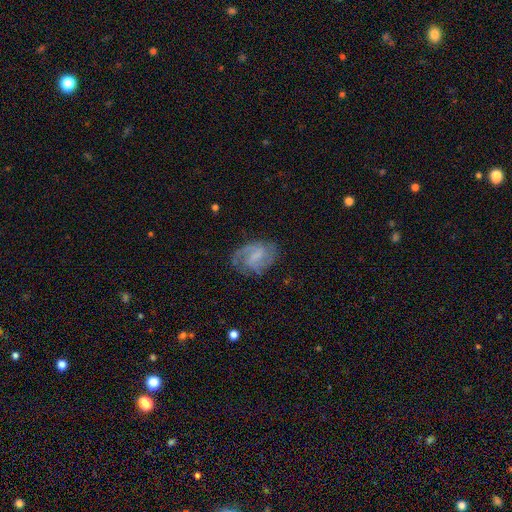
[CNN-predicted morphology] A featured or disk galaxy (72%) with a weak bar (53%), 2 (67%) medium (47%) spiral arms (90%) and no central bulge (52%). Merging: none (66%).